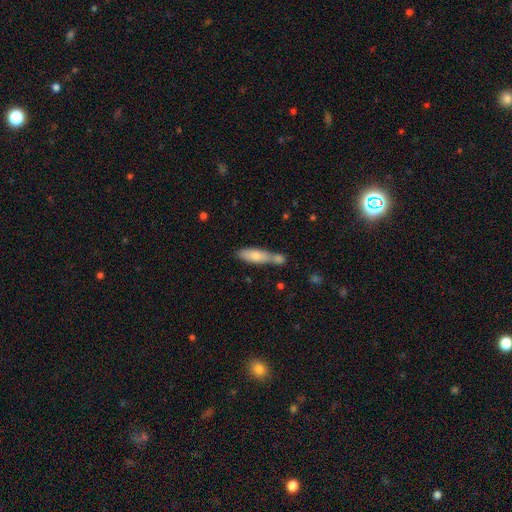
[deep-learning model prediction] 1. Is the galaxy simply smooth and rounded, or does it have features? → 72% smooth, 22% featured or disk, 6% star or artifact.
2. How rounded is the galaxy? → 55% cigar-shaped, 42% in between, 2% round.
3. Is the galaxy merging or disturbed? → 42% merger, 38% none, 15% minor disturbance, 5% major disturbance.